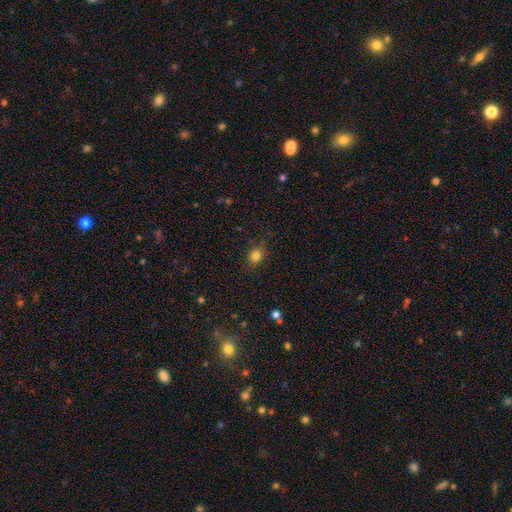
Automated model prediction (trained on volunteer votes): Morphology: type=smooth (81%); roundness=round (60%); merging=none (82%).